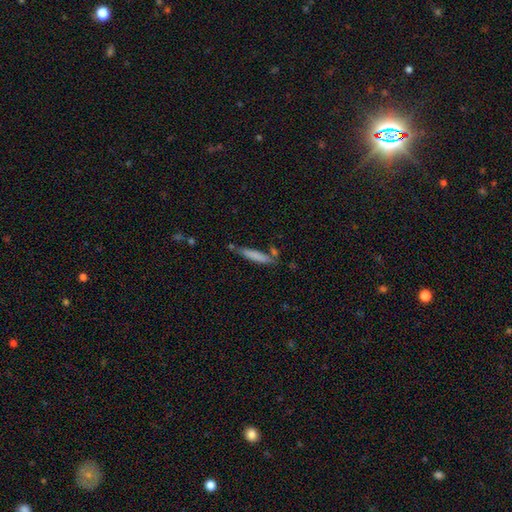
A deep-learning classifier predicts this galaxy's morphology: A smooth galaxy with no disk features (77%) that is cigar-shaped (89%).

Vote fractions:
- Smooth or featured? smooth: 77% / featured or disk: 17% / star or artifact: 7%
- How rounded? cigar-shaped: 89% / in between: 10% / round: 1%
- Merging? none: 70% / minor disturbance: 16% / merger: 10% / major disturbance: 4%